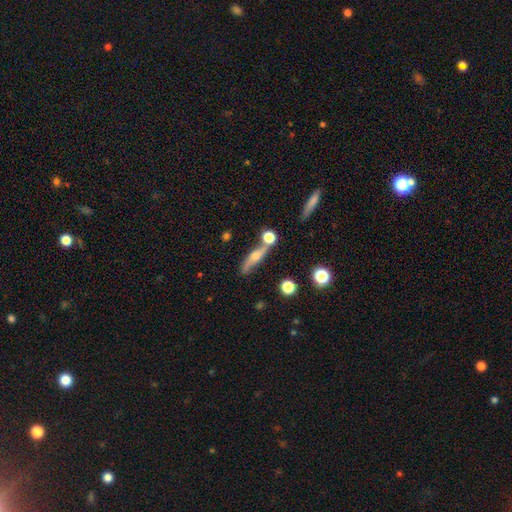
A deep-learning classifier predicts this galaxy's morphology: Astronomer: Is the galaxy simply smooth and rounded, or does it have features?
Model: featured or disk — 56% (runner-up: smooth, 34%).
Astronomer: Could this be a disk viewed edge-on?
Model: yes — 66%.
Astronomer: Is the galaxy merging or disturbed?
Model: none — 63%.